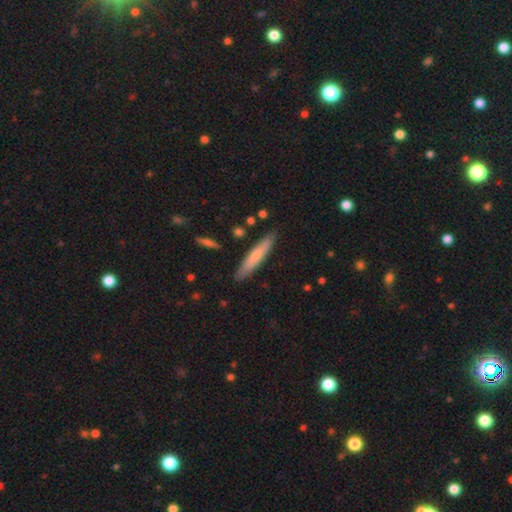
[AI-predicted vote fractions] Smooth or featured? Predicted: smooth (p=0.68). How rounded? Predicted: cigar-shaped (p=0.90). Merging? Predicted: none (p=0.87).